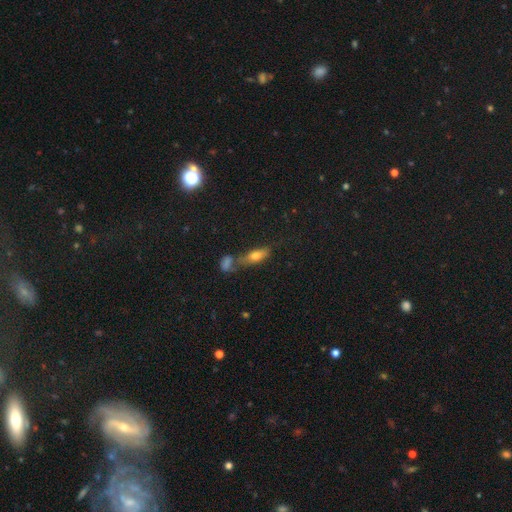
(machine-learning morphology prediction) type=smooth (68%); roundness=in between (68%); merging=none (44%).